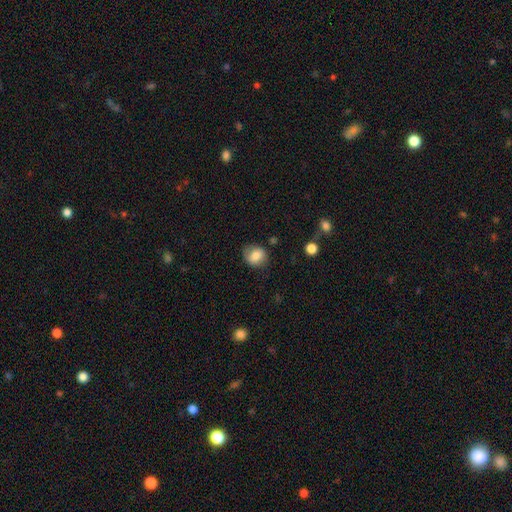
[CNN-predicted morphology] A smooth galaxy with no disk features (79%) that is round (68%). Merging: none (72%).